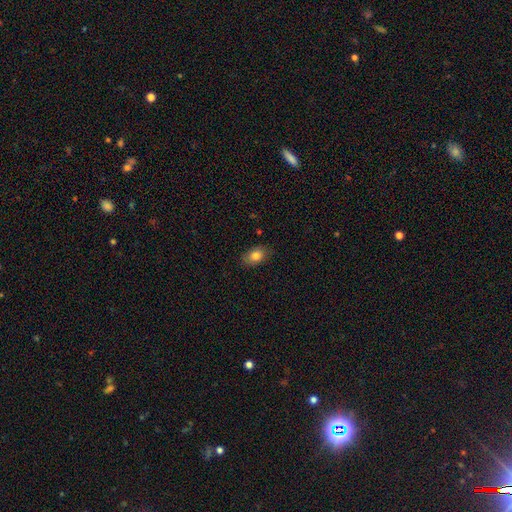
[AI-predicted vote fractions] Morphology: type=smooth (83%); roundness=in between (87%); merging=none (84%).